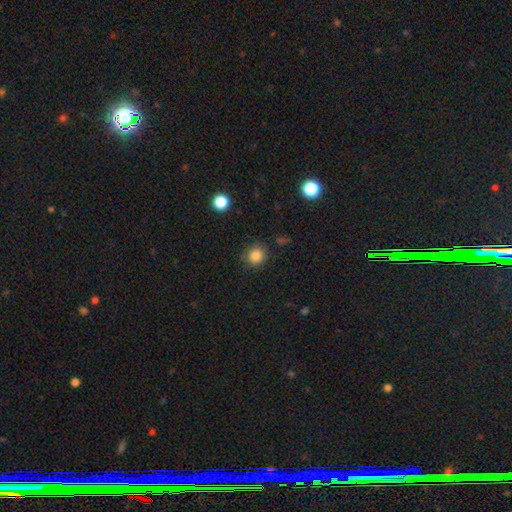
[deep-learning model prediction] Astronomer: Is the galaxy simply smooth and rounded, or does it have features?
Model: smooth — 85%.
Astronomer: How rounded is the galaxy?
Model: round — 90%.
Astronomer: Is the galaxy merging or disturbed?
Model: none — 84%.